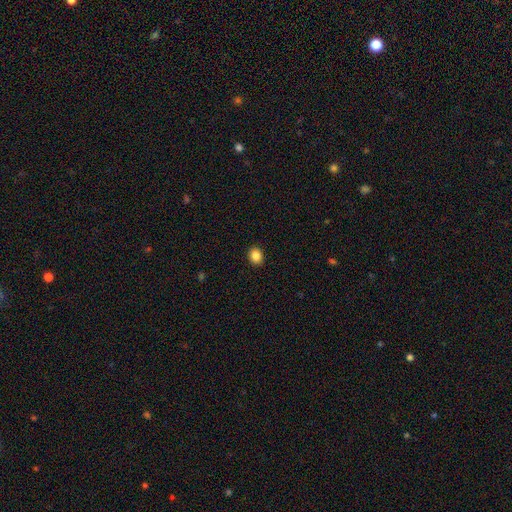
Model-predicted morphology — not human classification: This appears to be a smooth galaxy with no disk features (86%) that is round (53%). Merging: none (91%).